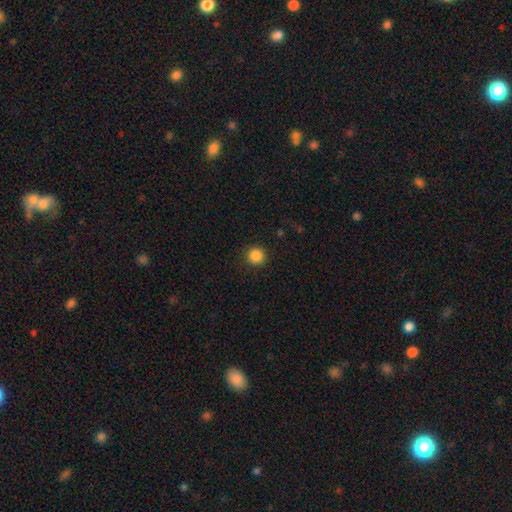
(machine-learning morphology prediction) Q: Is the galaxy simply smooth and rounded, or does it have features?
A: smooth — 86%.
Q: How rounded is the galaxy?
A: round — 95%.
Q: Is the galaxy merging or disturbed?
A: none — 91%.